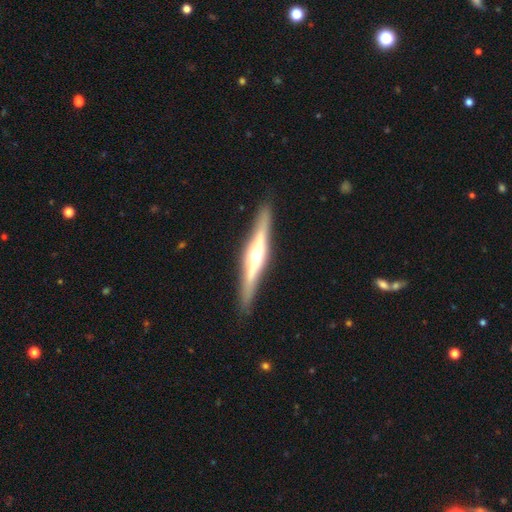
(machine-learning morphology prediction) type=featured or disk (77%); edge-on=yes (97%); edge-on bulge=rounded (87%); merging=none (90%).